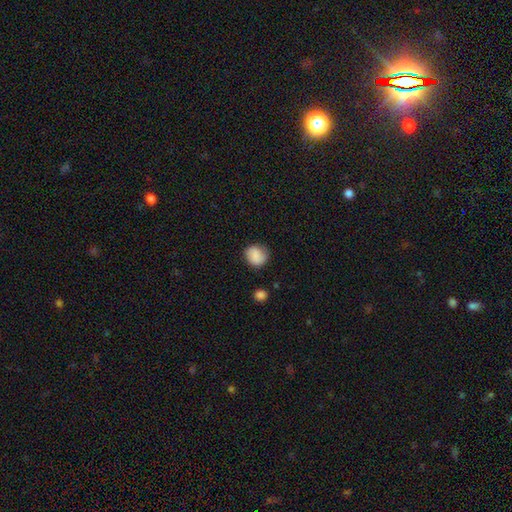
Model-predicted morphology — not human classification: type=smooth (83%); roundness=round (80%); merging=none (76%).